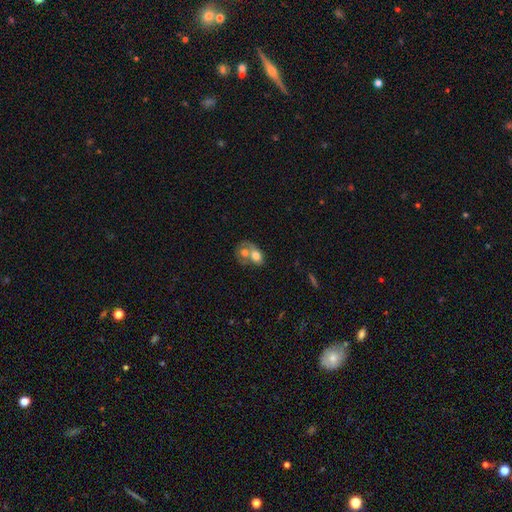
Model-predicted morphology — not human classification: Q: Smooth or featured?
A: smooth (60%); runner-up: featured or disk (33%)
Q: How rounded?
A: in between (62%); runner-up: round (37%)
Q: Merging?
A: merger (74%); runner-up: none (13%)